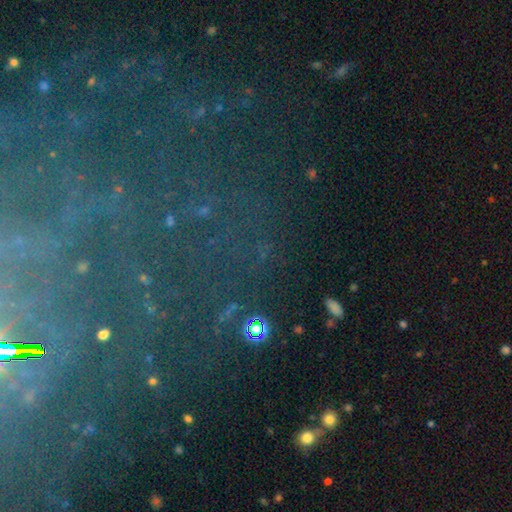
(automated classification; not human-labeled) A star or artifact, not a galaxy (56%).